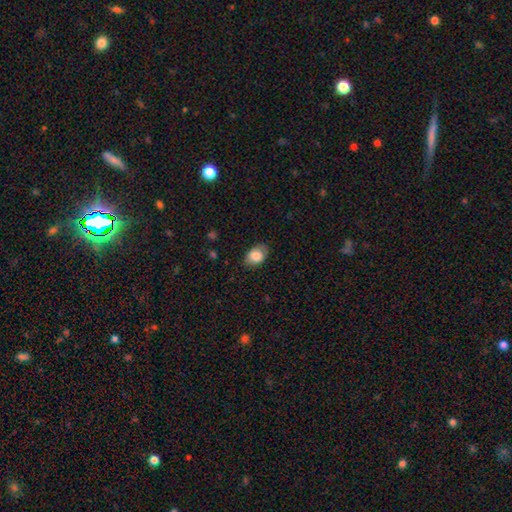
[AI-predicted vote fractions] Q: Smooth or featured?
A: smooth (84%); runner-up: featured or disk (8%)
Q: How rounded?
A: in between (81%); runner-up: round (17%)
Q: Merging?
A: none (79%); runner-up: minor disturbance (16%)